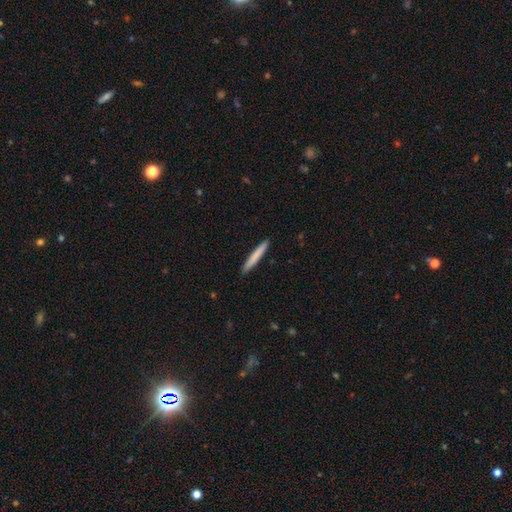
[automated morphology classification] smooth_or_featured: smooth (p=0.77) [alt: featured or disk p=0.18]
how_rounded: cigar-shaped (p=0.96) [alt: in between p=0.03]
merging: none (p=0.91) [alt: minor disturbance p=0.06]